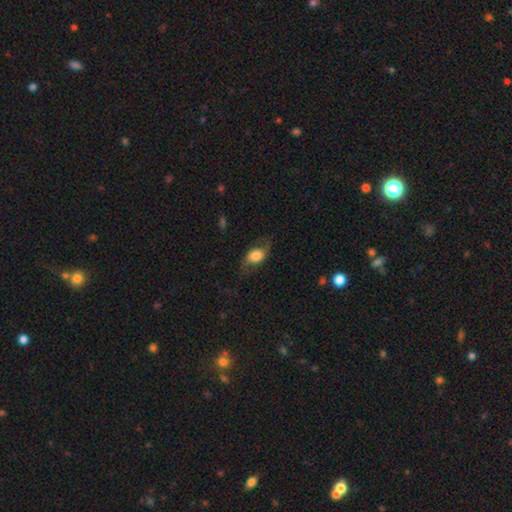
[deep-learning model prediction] A smooth galaxy with no disk features (64%) that is in between round and cigar-shaped (81%).

Vote fractions:
- Smooth or featured? smooth: 64% / featured or disk: 29% / star or artifact: 8%
- How rounded? in between: 81% / round: 16% / cigar-shaped: 3%
- Merging? none: 61% / minor disturbance: 22% / major disturbance: 15% / merger: 2%